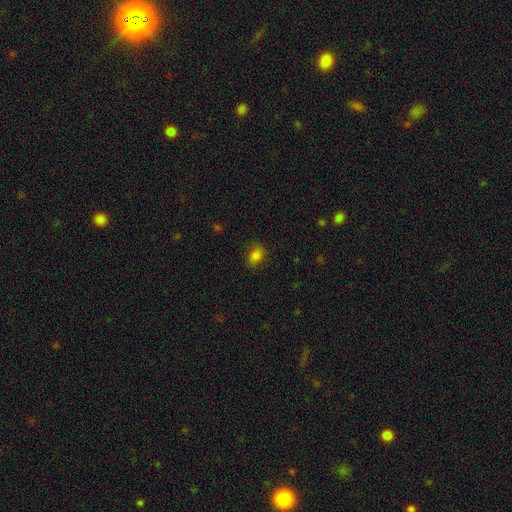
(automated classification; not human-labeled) Smooth or featured?
  - smooth: 82% *
  - star or artifact: 13%
  - featured or disk: 6%
How rounded?
  - in between: 67% *
  - round: 32%
  - cigar-shaped: 1%
Merging?
  - none: 81% *
  - minor disturbance: 14%
  - major disturbance: 3%
  - merger: 1%